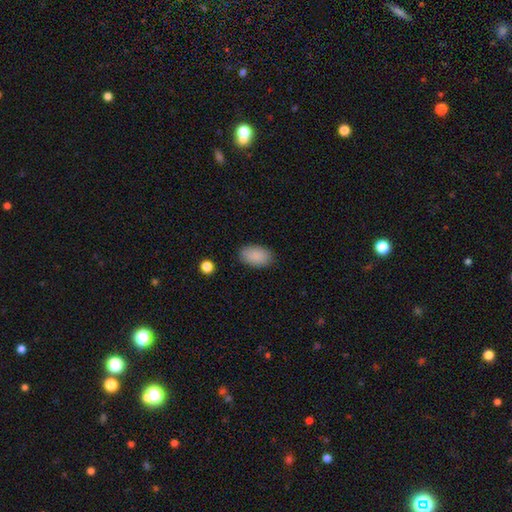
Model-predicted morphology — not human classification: Smooth or featured? smooth (89%)
How rounded? in between (93%)
Merging? none (87%)